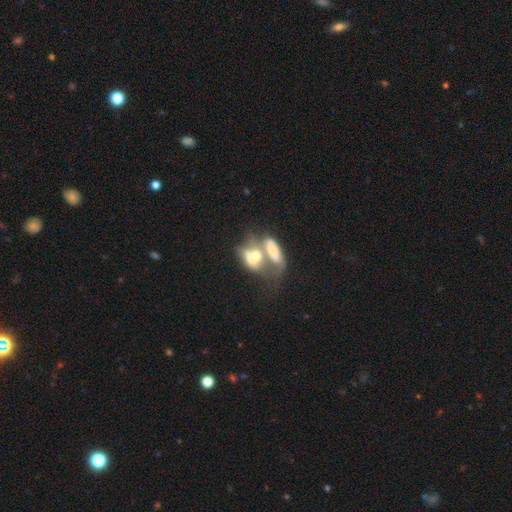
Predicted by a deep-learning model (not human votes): featured or disk 47%, smooth 45%, star or artifact 9%. Down the decision tree: merging — merger (74%).